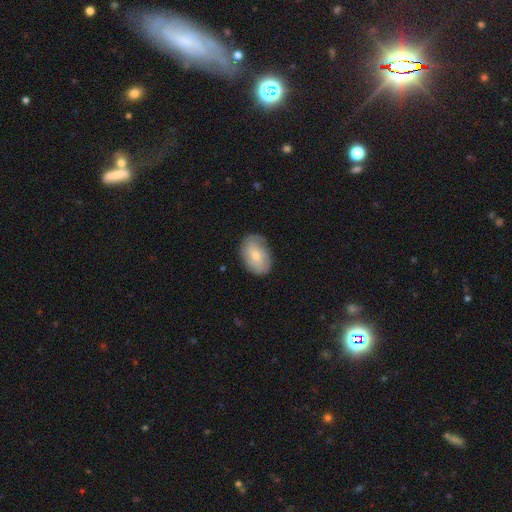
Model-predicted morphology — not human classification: Smooth or featured? Predicted: smooth (p=0.62). How rounded? Predicted: in between (p=0.84). Merging? Predicted: none (p=0.79).